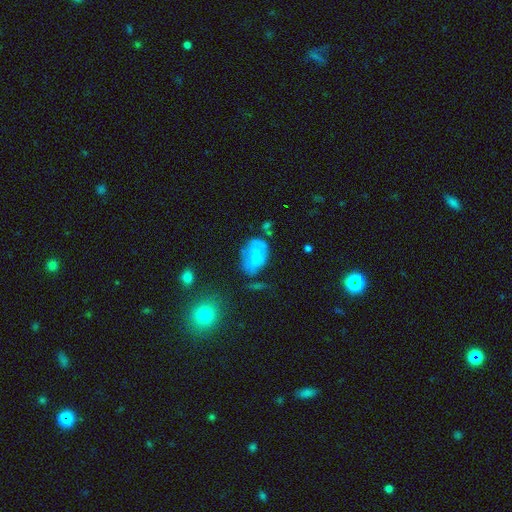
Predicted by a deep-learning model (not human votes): Smooth or featured? Predicted: smooth (p=0.61). How rounded? Predicted: in between (p=0.84). Merging? Predicted: none (p=0.45).